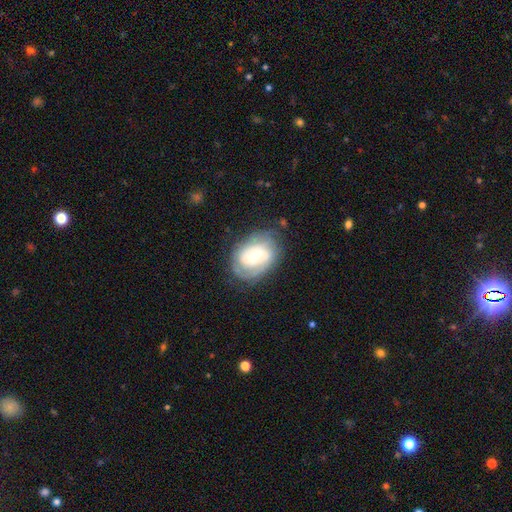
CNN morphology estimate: The model was most divided on "spiral arm count": 2: 44%, can't tell: 32%, 3: 10%, 1: 8%, 4: 3%, more than 4: 3%. Remaining: edge-on disk — no (97%); spiral arms — yes (88%); smooth or featured — featured or disk (74%); merging — none (67%); spiral winding — tight (58%); bulge size — small (55%); bar — weak (50%).